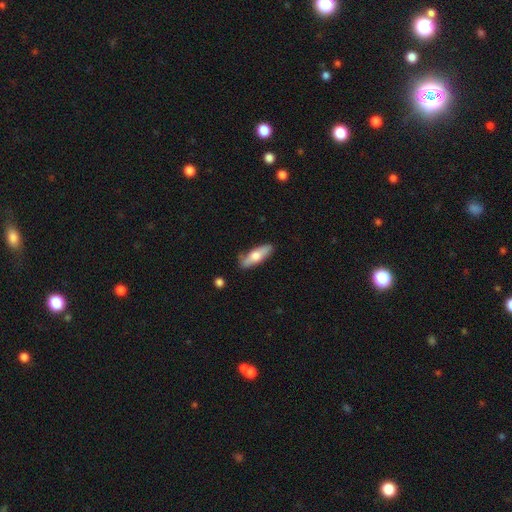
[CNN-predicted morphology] smooth-or-featured: smooth: 64% | featured or disk: 31% | star or artifact: 6%
  how-rounded: in between: 54% | cigar-shaped: 43% | round: 2%
  merging: none: 78% | minor disturbance: 17% | major disturbance: 3% | merger: 2%